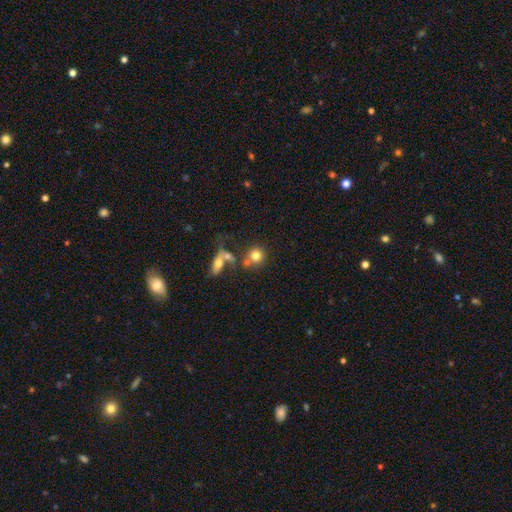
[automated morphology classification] Overall: smooth (76%). How rounded: round (84%). Merging: none (53%; merger 29%).